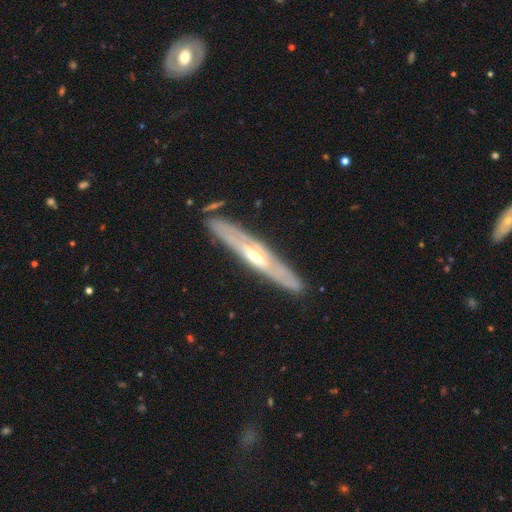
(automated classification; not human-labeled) Smooth or featured? featured or disk (75%)
Edge-on disk? yes (68%)
Edge-on bulge? rounded (75%)
Merging? none (85%)